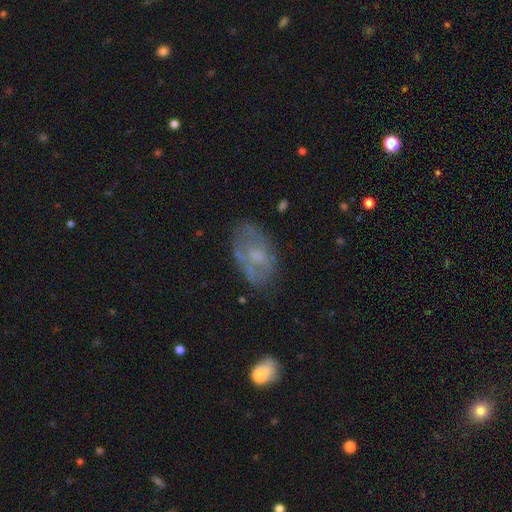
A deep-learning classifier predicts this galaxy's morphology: Smooth or featured? featured or disk (51%)
Edge-on disk? no (95%)
Merging? none (61%)